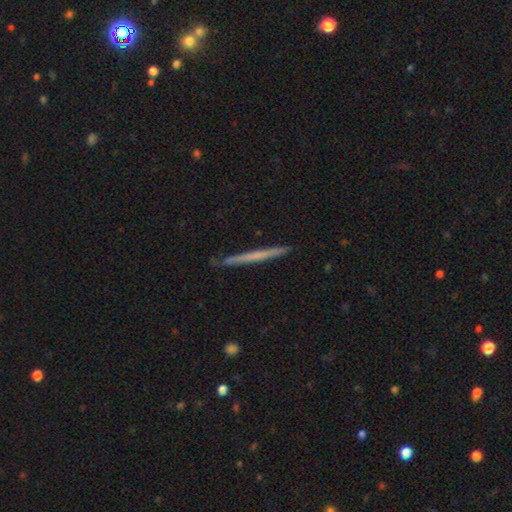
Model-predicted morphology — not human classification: Q: Smooth or featured?
A: featured or disk (50%); runner-up: smooth (45%)
Q: Edge-on disk?
A: yes (98%); runner-up: no (2%)
Q: Merging?
A: none (91%); runner-up: minor disturbance (6%)